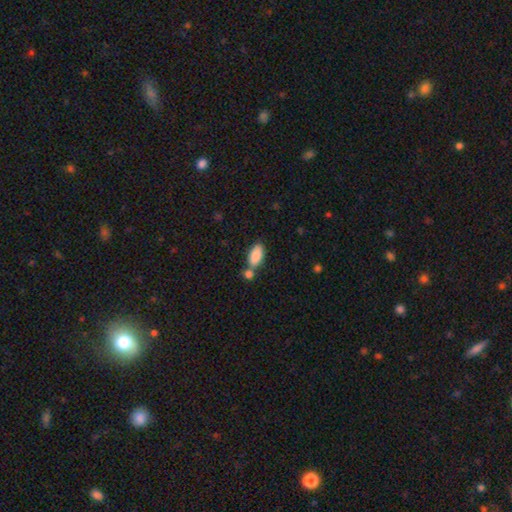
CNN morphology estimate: This appears to be a smooth galaxy with no disk features (87%) that is in between round and cigar-shaped (91%). Merging: none (51%).